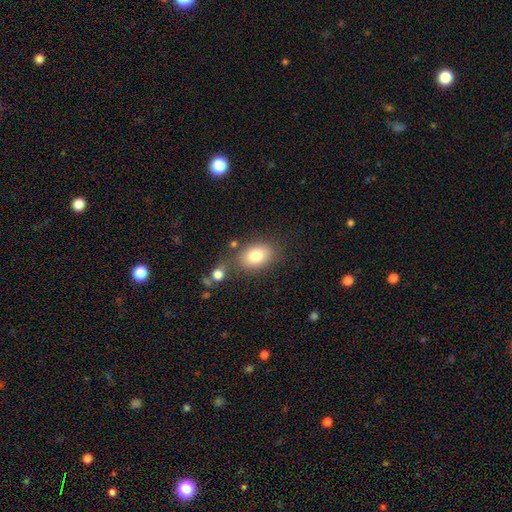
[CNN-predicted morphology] A smooth galaxy with no disk features (80%) that is in between round and cigar-shaped (77%). Merging: none (71%).